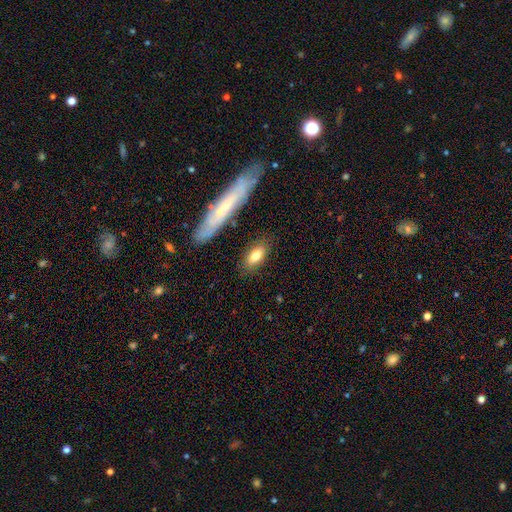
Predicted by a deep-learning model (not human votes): smooth-or-featured: smooth: 77% | featured or disk: 16% | star or artifact: 7%
  how-rounded: in between: 81% | cigar-shaped: 14% | round: 5%
  merging: none: 82% | minor disturbance: 11% | merger: 4% | major disturbance: 3%